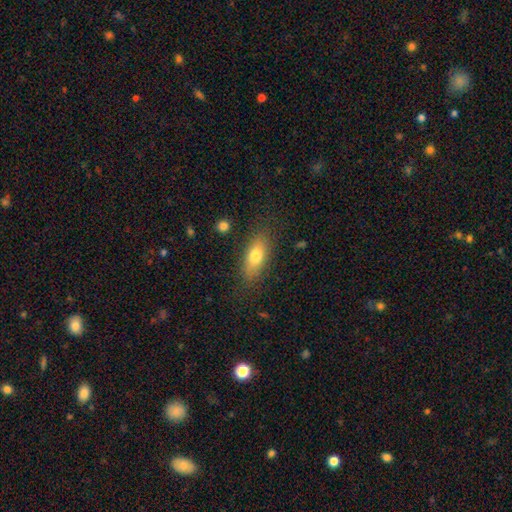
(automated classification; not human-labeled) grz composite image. It shows a smooth galaxy with no disk features (74%) that is in between round and cigar-shaped (75%). Merging: none (82%).